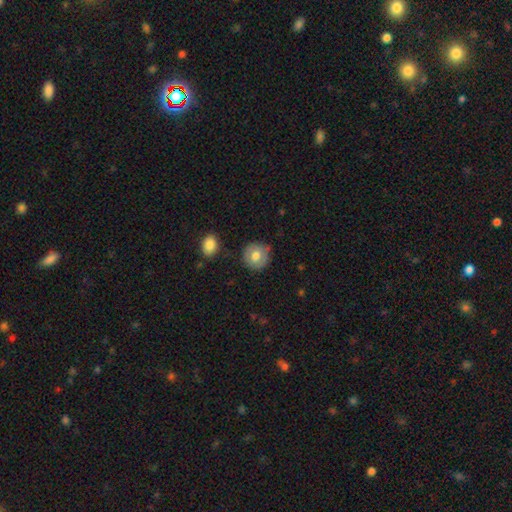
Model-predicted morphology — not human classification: smooth-or-featured: smooth: 70% | featured or disk: 23% | star or artifact: 7%
  how-rounded: round: 89% | in between: 10% | cigar-shaped: 1%
  merging: none: 80% | minor disturbance: 15% | major disturbance: 3% | merger: 2%